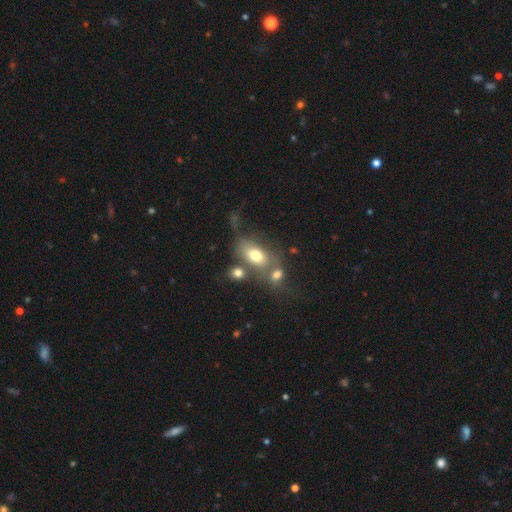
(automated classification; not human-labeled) smooth-or-featured: smooth: 72% | featured or disk: 17% | star or artifact: 10%
  how-rounded: in between: 84% | round: 13% | cigar-shaped: 3%
  merging: none: 39% | merger: 37% | minor disturbance: 14% | major disturbance: 11%